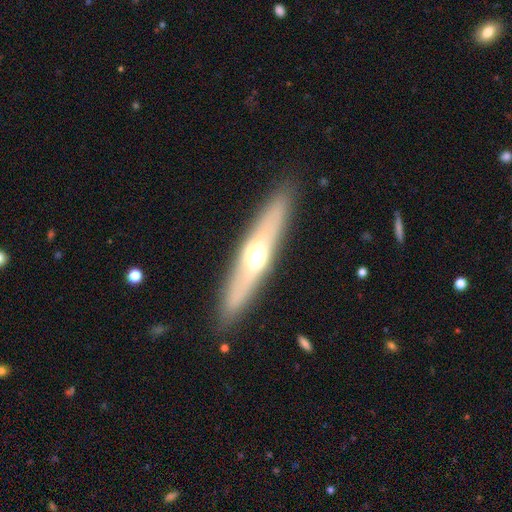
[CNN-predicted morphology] smooth_or_featured: featured or disk (p=0.59) [alt: smooth p=0.35]
disk_edge_on: yes (p=0.82) [alt: no p=0.18]
merging: none (p=0.89) [alt: minor disturbance p=0.08]